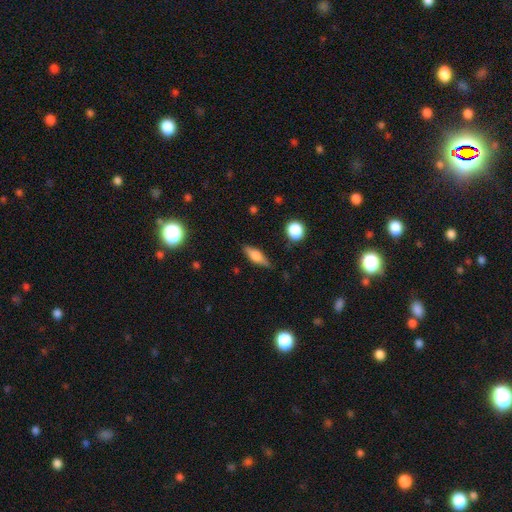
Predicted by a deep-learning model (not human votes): smooth 55%, featured or disk 37%, star or artifact 8%. Down the decision tree: how rounded — in between (54%); merging — none (83%).